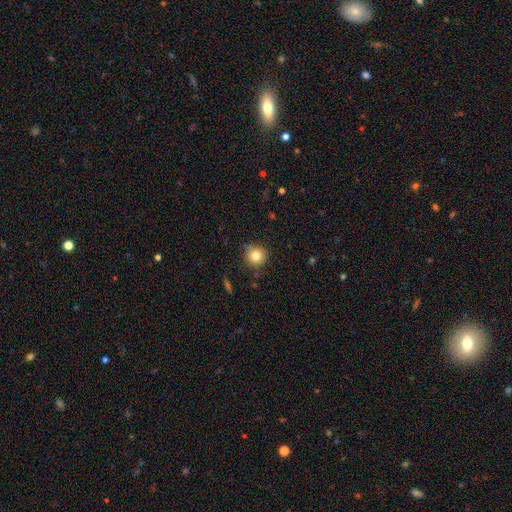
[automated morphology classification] type=smooth (80%); roundness=round (94%); merging=none (84%).